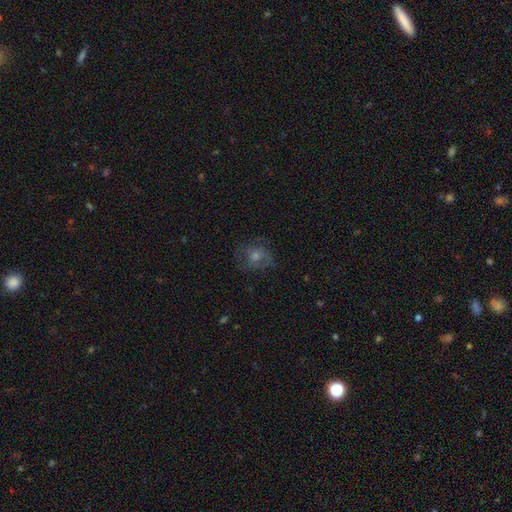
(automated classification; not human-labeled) smooth-or-featured: smooth: 42% | featured or disk: 35% | star or artifact: 23%
  merging: none: 72% | minor disturbance: 17% | major disturbance: 10% | merger: 1%